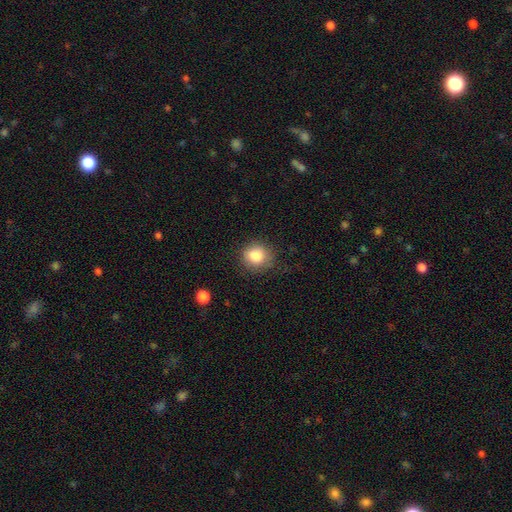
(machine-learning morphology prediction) Overall: smooth (84%). How rounded: round (80%). Merging: none (78%).